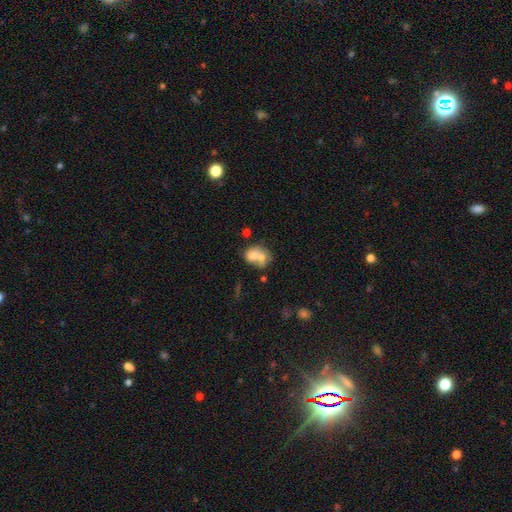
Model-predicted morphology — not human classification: Smooth or featured? smooth (66%)
How rounded? round (50%)
Merging? merger (67%)